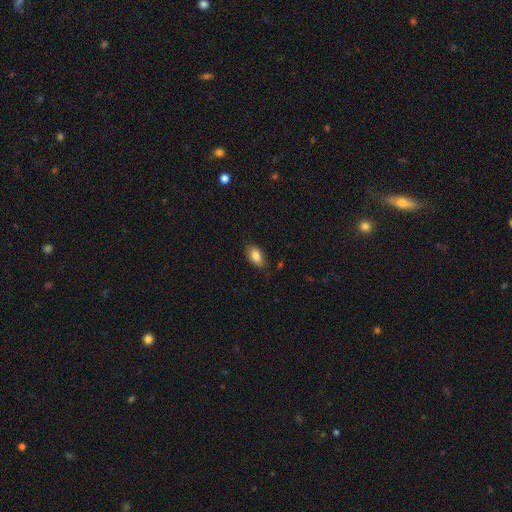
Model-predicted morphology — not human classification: Overall: smooth (82%). How rounded: in between (90%). Merging: none (83%).